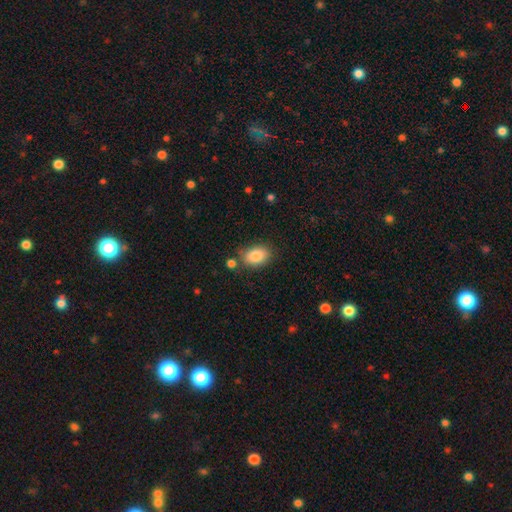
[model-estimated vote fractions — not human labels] Smooth or featured? smooth (85%)
How rounded? in between (84%)
Merging? none (75%)